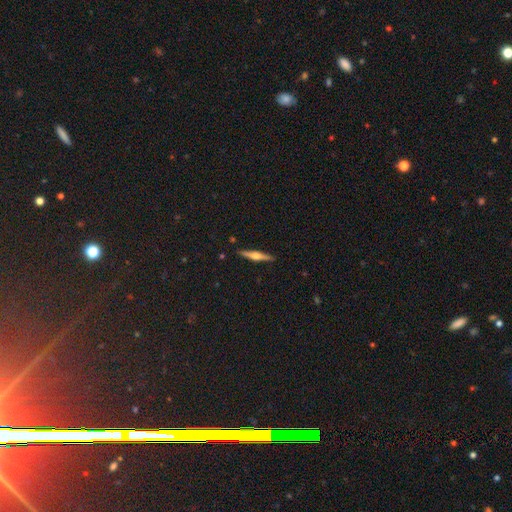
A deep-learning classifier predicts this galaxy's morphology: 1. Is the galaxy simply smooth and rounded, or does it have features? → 70% featured or disk, 25% smooth, 6% star or artifact.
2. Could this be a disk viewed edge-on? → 98% yes, 2% no.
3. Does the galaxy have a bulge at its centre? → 88% rounded, 9% boxy, 4% none.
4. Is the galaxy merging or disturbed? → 90% none, 7% minor disturbance, 1% major disturbance, 1% merger.